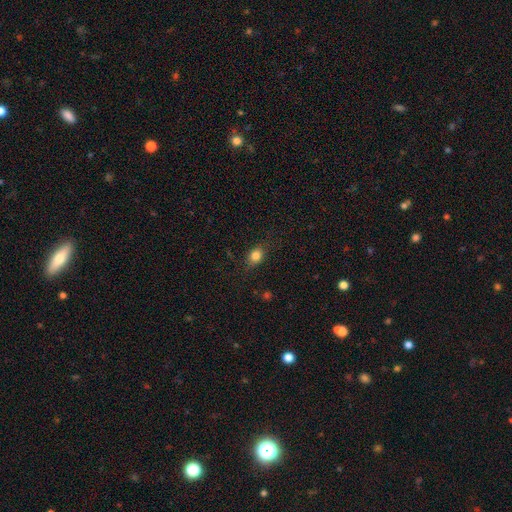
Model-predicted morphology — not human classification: Q: Smooth or featured?
A: smooth (81%); runner-up: star or artifact (11%)
Q: How rounded?
A: in between (53%); runner-up: round (45%)
Q: Merging?
A: none (79%); runner-up: minor disturbance (15%)